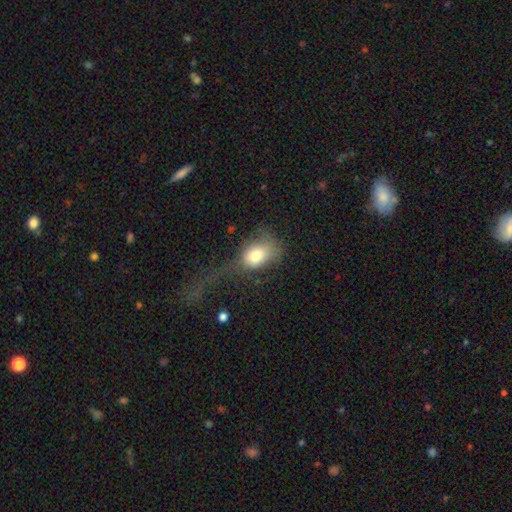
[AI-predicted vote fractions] Smooth or featured?
  - smooth: 75% *
  - featured or disk: 16%
  - star or artifact: 9%
How rounded?
  - in between: 70% *
  - round: 28%
  - cigar-shaped: 2%
Merging?
  - major disturbance: 49% *
  - none: 25%
  - minor disturbance: 22%
  - merger: 4%